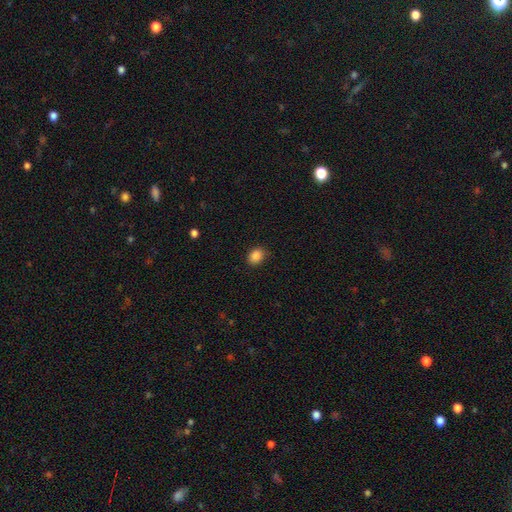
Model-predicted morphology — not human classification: Q: Smooth or featured?
A: smooth (87%); runner-up: star or artifact (10%)
Q: How rounded?
A: in between (57%); runner-up: round (43%)
Q: Merging?
A: none (86%); runner-up: minor disturbance (10%)